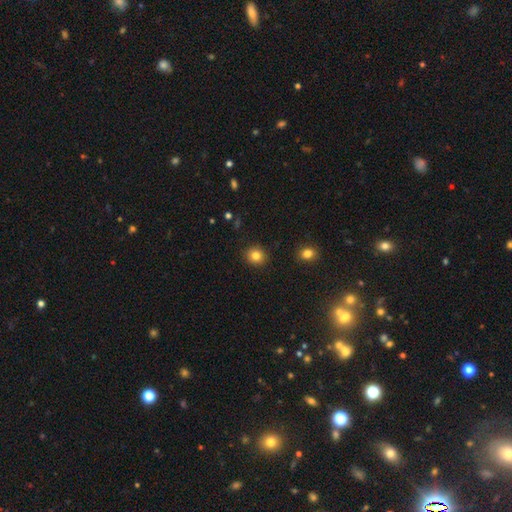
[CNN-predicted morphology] Smooth or featured: smooth — 83% (star or artifact — 11%)
How rounded: round — 88% (in between — 11%)
Merging: none — 92% (minor disturbance — 5%)